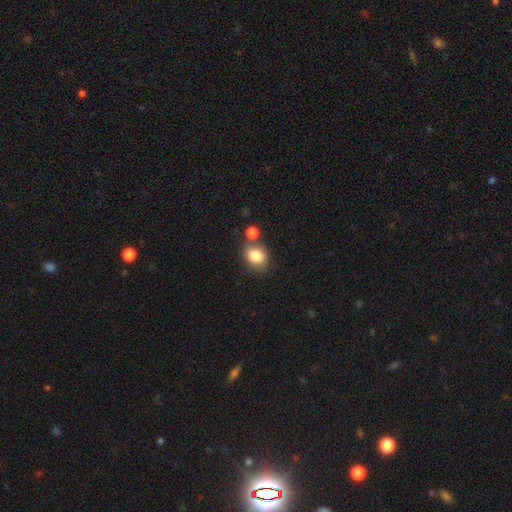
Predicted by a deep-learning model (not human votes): Smooth or featured: smooth — 84% (star or artifact — 9%)
How rounded: round — 53% (in between — 46%)
Merging: none — 61% (merger — 22%)